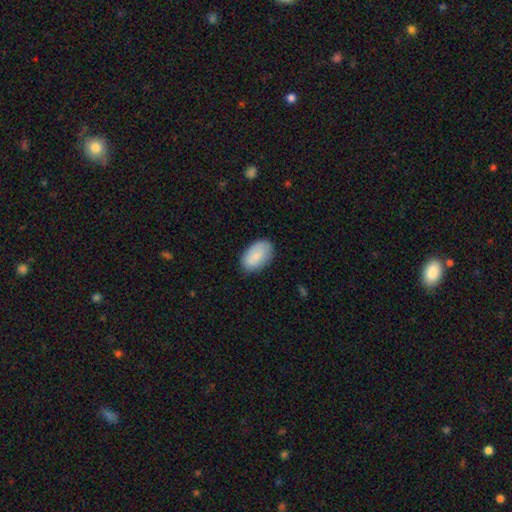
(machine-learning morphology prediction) smooth-or-featured: smooth: 83% | featured or disk: 11% | star or artifact: 6%
  how-rounded: in between: 93% | round: 6% | cigar-shaped: 1%
  merging: none: 79% | minor disturbance: 16% | major disturbance: 3% | merger: 1%